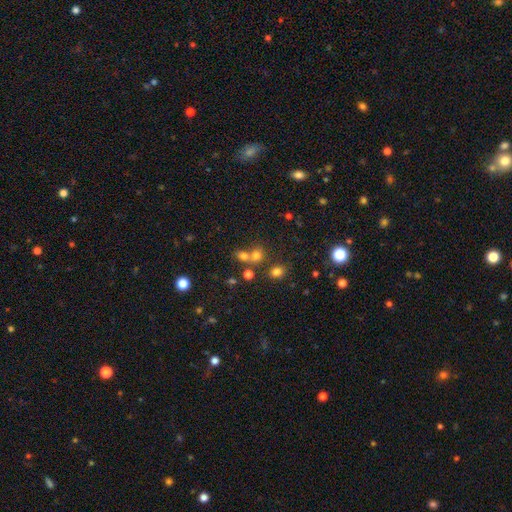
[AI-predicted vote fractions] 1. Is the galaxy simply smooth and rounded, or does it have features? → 69% smooth, 20% star or artifact, 11% featured or disk.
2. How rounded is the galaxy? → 66% round, 33% in between, 1% cigar-shaped.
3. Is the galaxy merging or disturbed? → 45% none, 42% merger, 8% minor disturbance, 4% major disturbance.